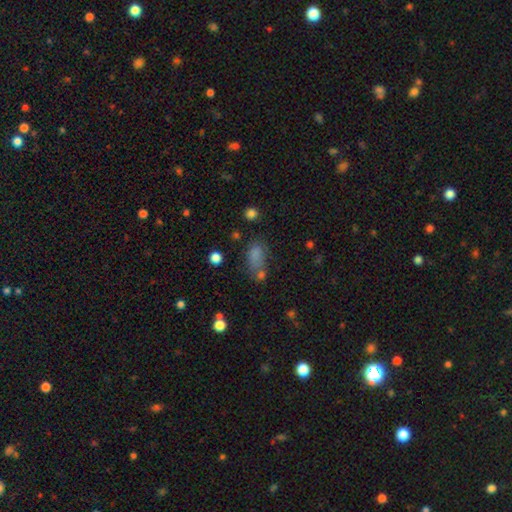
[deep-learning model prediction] The model was most divided on "merging": none: 48%, merger: 20%, minor disturbance: 20%, major disturbance: 12%. More confident: how rounded — in between (83%); smooth or featured — smooth (75%).